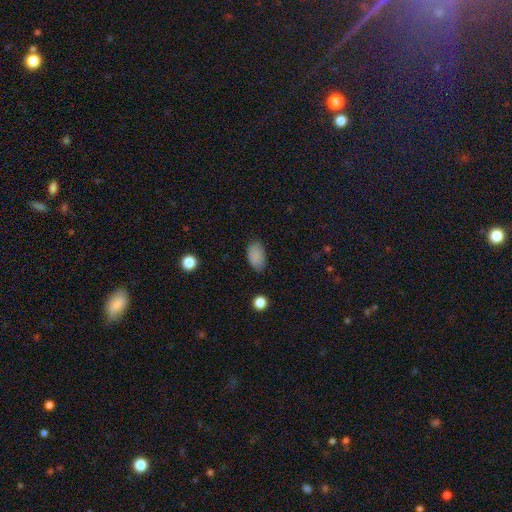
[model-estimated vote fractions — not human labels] Smooth or featured?
  - smooth: 87% *
  - star or artifact: 9%
  - featured or disk: 4%
How rounded?
  - in between: 91% *
  - round: 7%
  - cigar-shaped: 2%
Merging?
  - none: 79% *
  - minor disturbance: 16%
  - major disturbance: 4%
  - merger: 1%